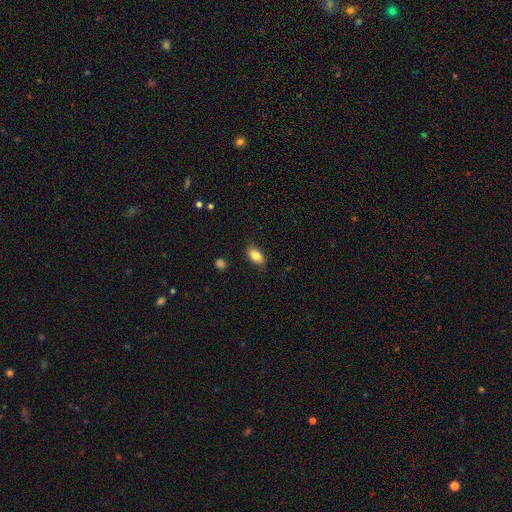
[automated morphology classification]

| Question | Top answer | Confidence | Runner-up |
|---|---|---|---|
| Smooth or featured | smooth | 83% | featured or disk (9%) |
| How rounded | in between | 91% | round (6%) |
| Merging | none | 86% | minor disturbance (11%) |